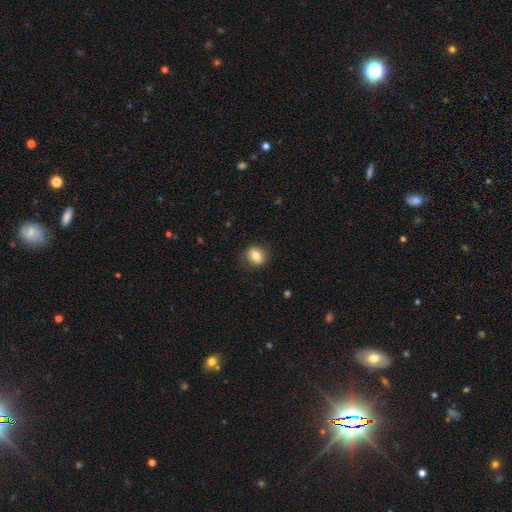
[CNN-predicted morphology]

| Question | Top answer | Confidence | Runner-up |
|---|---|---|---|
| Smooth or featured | smooth | 77% | featured or disk (13%) |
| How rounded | round | 66% | in between (33%) |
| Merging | none | 84% | minor disturbance (12%) |